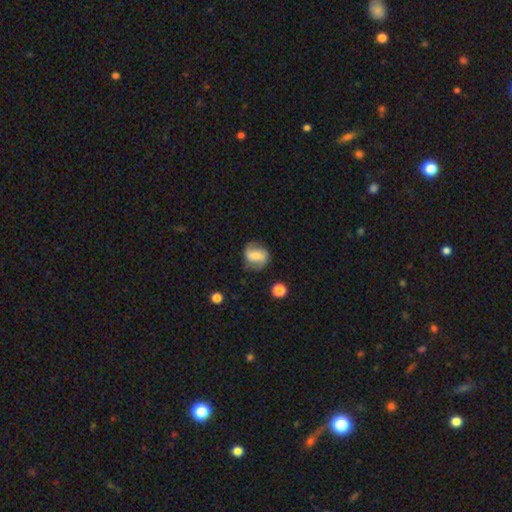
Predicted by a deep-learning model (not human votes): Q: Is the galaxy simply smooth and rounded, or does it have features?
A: smooth — 47%.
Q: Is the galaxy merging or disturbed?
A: none — 66%.